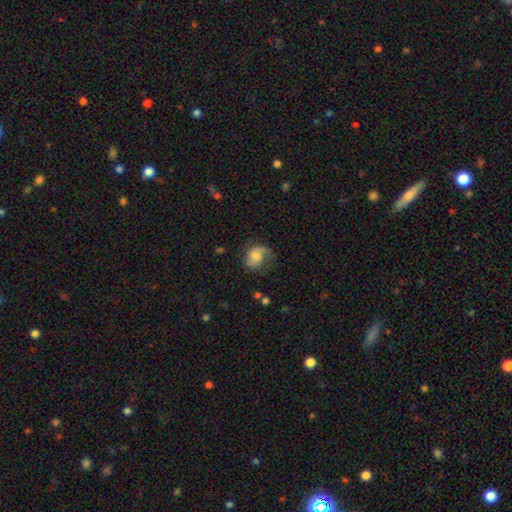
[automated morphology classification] The model was most divided on "smooth or featured": featured or disk: 46%, smooth: 45%, star or artifact: 9%. More confident: merging — none (55%).